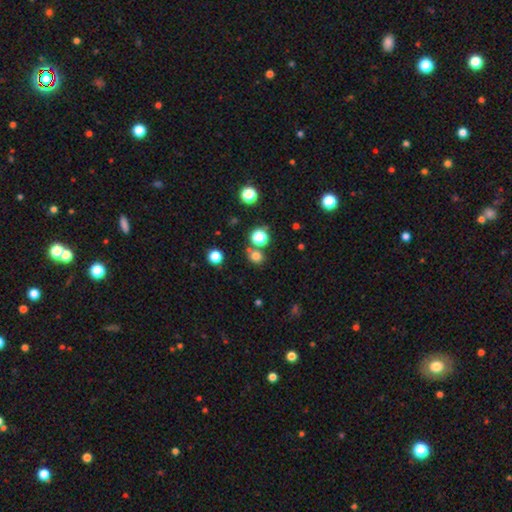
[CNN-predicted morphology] This appears to be a smooth galaxy with no disk features (74%) that is round (84%). Merging: none (73%).